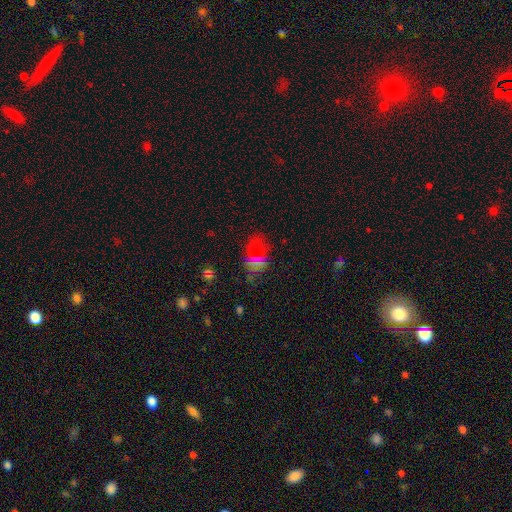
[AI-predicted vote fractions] smooth-or-featured: smooth: 56% | star or artifact: 36% | featured or disk: 9%
  how-rounded: in between: 63% | round: 33% | cigar-shaped: 4%
  merging: none: 70% | minor disturbance: 16% | major disturbance: 7% | merger: 7%